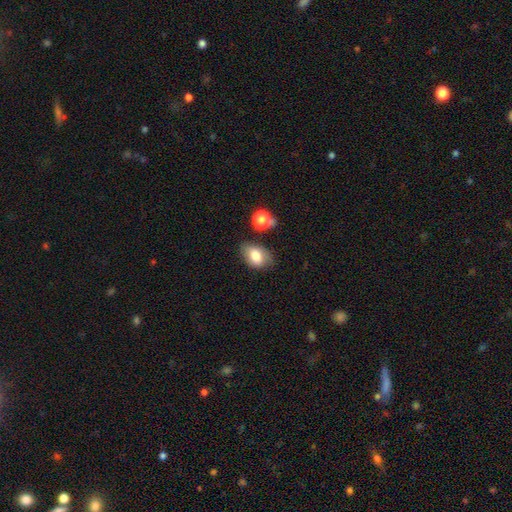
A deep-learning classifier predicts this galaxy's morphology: smooth 79%, featured or disk 12%, star or artifact 9%. Down the decision tree: how rounded — in between (83%); merging — none (63%).